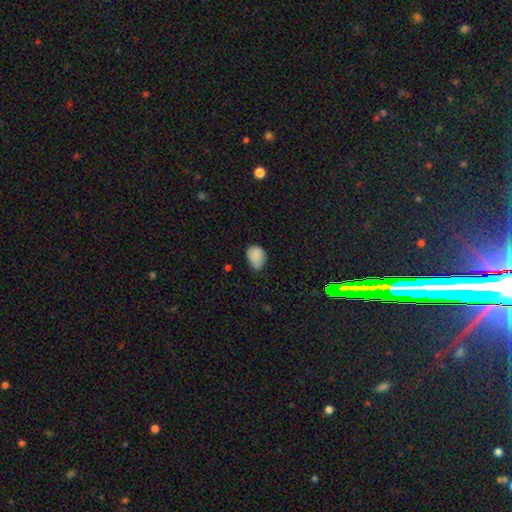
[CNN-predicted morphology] Smooth or featured? Predicted: smooth (p=0.84). How rounded? Predicted: in between (p=0.69). Merging? Predicted: none (p=0.50).